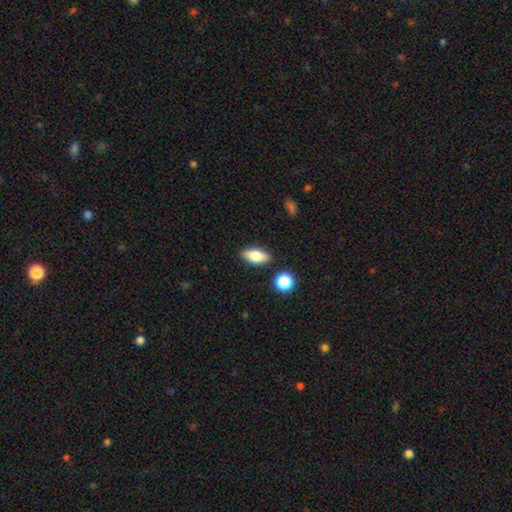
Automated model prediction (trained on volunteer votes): A smooth galaxy with no disk features (70%) that is in between round and cigar-shaped (78%). Merging: none (87%).